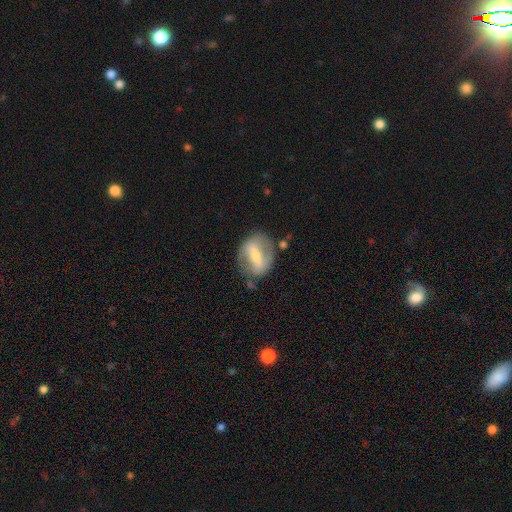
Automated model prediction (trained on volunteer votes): Smooth or featured: featured or disk — 66% (smooth — 27%)
Edge-on disk: no — 92% (yes — 8%)
Bar: strong — 61% (weak — 26%)
Spiral arms: yes — 54% (no — 46%)
Bulge size: small — 50% (moderate — 41%)
Merging: none — 69% (minor disturbance — 18%)